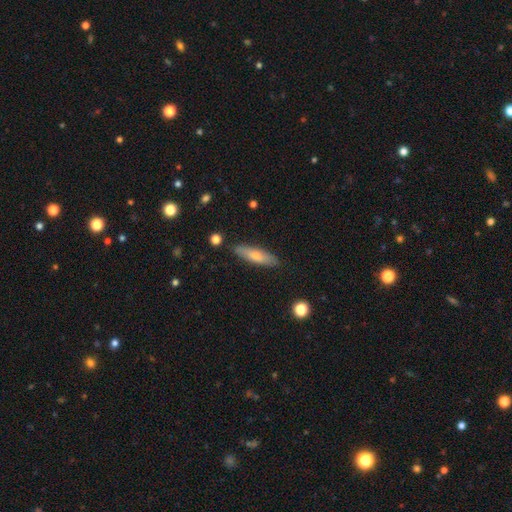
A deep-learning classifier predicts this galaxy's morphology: Smooth or featured? smooth (65%)
How rounded? cigar-shaped (68%)
Merging? none (86%)